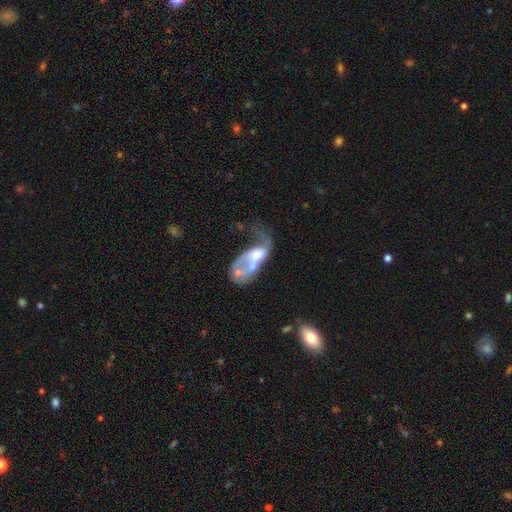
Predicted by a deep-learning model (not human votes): The model was most divided on "merging": merger: 40%, major disturbance: 38%, none: 12%, minor disturbance: 10%. Remaining: edge-on disk — no (94%); bar — no (71%); spiral arms — no (67%); smooth or featured — featured or disk (59%); bulge size — moderate (41%).